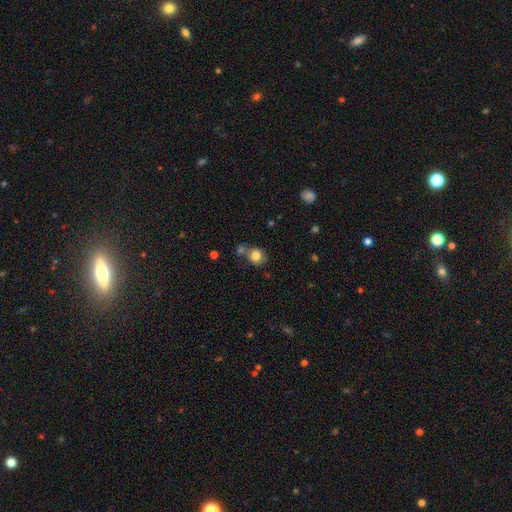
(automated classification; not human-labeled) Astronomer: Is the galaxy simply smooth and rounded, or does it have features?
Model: smooth — 82%.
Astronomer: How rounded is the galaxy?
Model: round — 77%.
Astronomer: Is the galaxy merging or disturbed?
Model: none — 61%.